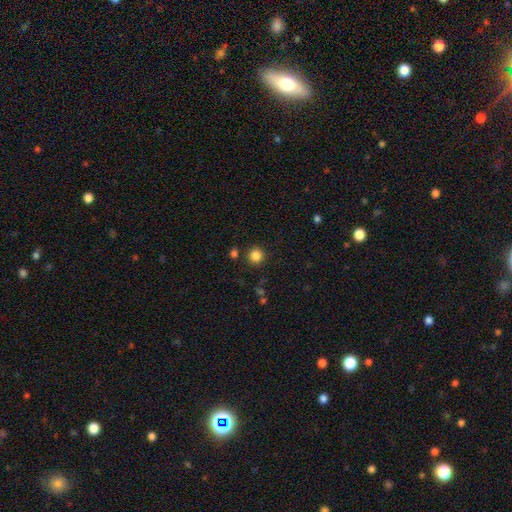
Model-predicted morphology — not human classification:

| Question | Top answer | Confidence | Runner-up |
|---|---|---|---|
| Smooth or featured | smooth | 84% | star or artifact (12%) |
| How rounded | round | 94% | in between (5%) |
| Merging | none | 88% | minor disturbance (6%) |